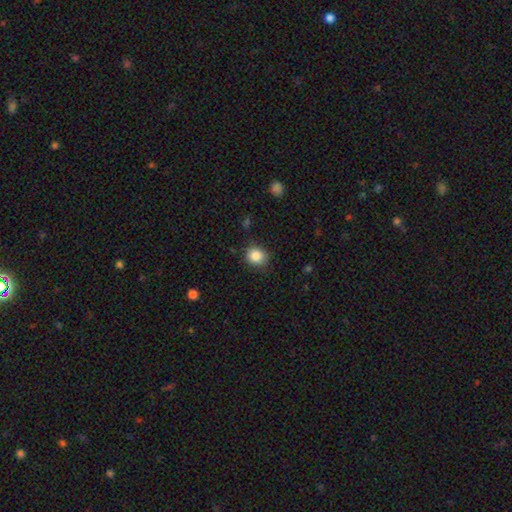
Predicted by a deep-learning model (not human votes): Smooth or featured? smooth (86%)
How rounded? round (75%)
Merging? none (82%)